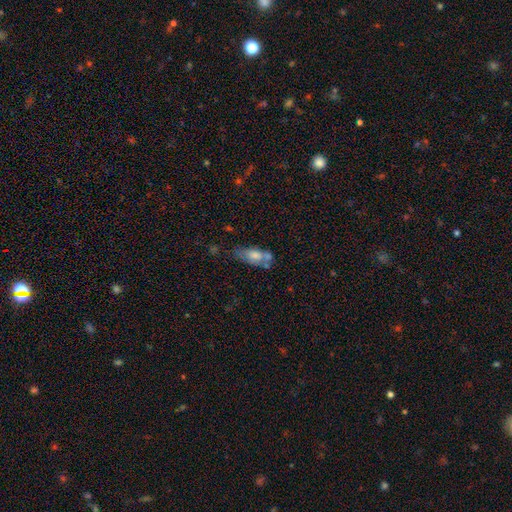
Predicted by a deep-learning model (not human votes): Q: Smooth or featured?
A: smooth (67%); runner-up: featured or disk (25%)
Q: How rounded?
A: in between (81%); runner-up: cigar-shaped (14%)
Q: Merging?
A: none (40%); runner-up: merger (25%)